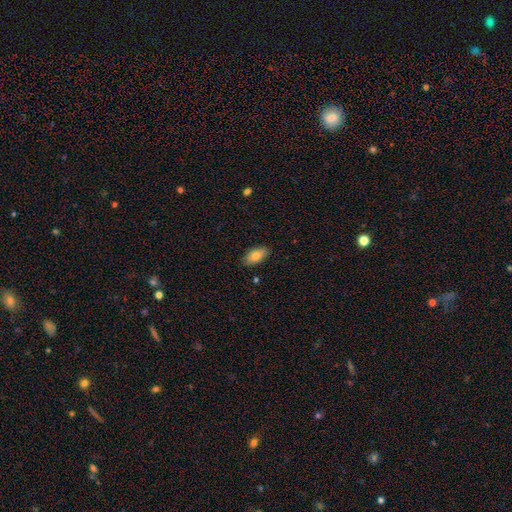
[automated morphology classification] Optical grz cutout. It shows a smooth galaxy with no disk features (79%) that is in between round and cigar-shaped (91%). Merging: none (87%).